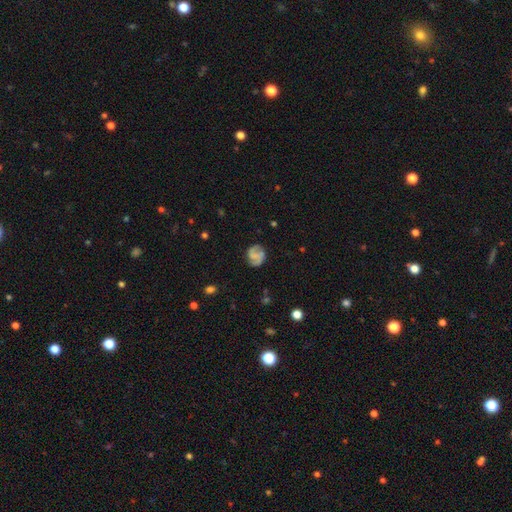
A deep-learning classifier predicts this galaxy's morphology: Overall: featured or disk (69%). Edge-on disk: no (98%). Bar: weak (42%, tied with no). Spiral arms: yes (92%). Spiral arm count: 2 (86%). Spiral winding: medium (48%; loose 27%). Bulge size: none (54%; small 28%). Merging: none (78%).